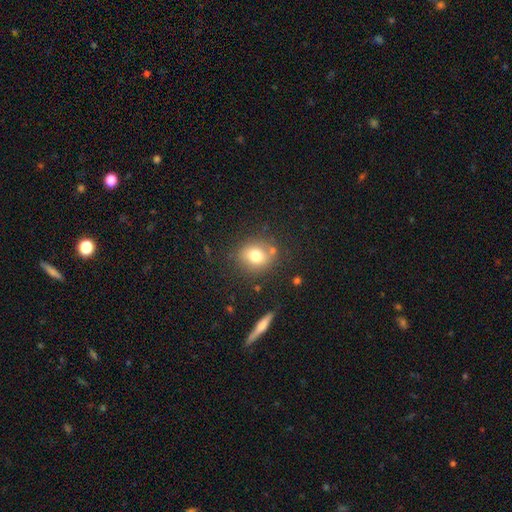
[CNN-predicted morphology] A smooth galaxy with no disk features (75%) that is round (72%).

Vote fractions:
- Smooth or featured? smooth: 75% / featured or disk: 14% / star or artifact: 12%
- How rounded? round: 72% / in between: 26% / cigar-shaped: 1%
- Merging? none: 76% / minor disturbance: 13% / merger: 6% / major disturbance: 5%